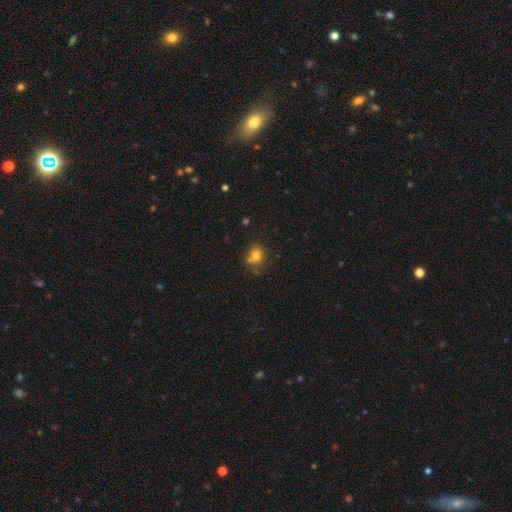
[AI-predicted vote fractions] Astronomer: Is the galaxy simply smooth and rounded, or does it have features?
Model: smooth — 75%.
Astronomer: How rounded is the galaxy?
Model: round — 76%.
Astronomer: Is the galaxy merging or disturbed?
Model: none — 63%.